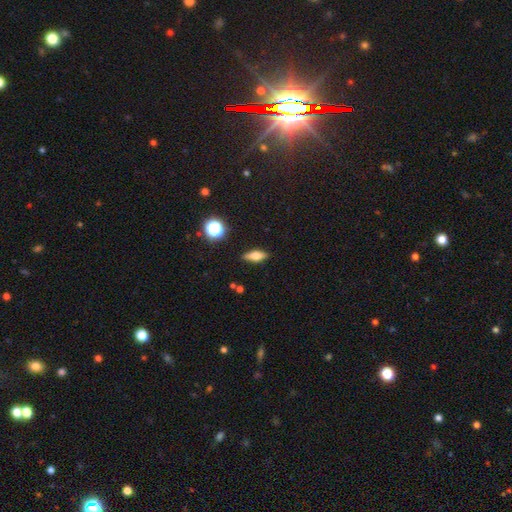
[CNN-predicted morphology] type=smooth (54%); roundness=in between (63%); merging=none (87%).